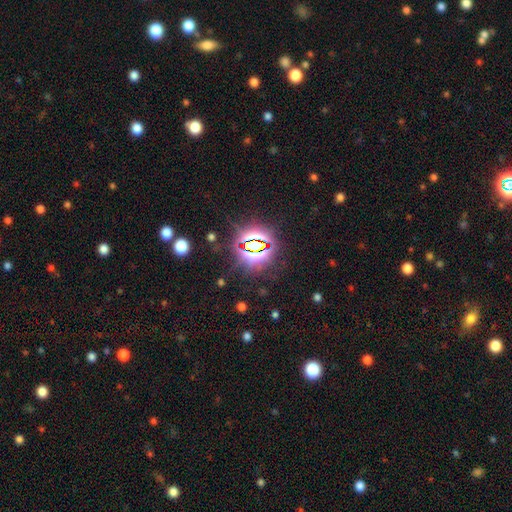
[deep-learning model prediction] The model was most divided on "smooth or featured": star or artifact: 80%, smooth: 12%, featured or disk: 8%.